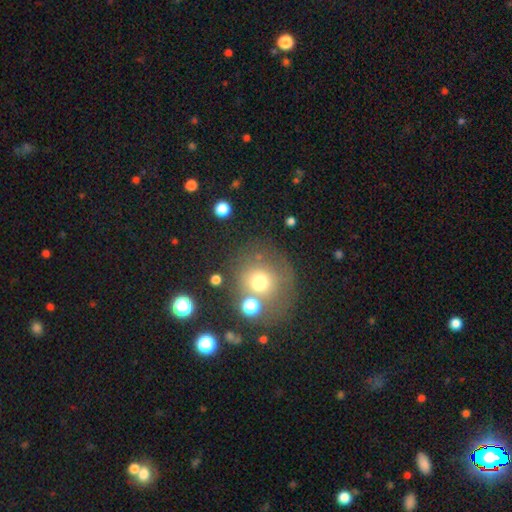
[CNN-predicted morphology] Smooth or featured?
  - smooth: 52% *
  - star or artifact: 30%
  - featured or disk: 18%
How rounded?
  - round: 84% *
  - in between: 15%
  - cigar-shaped: 1%
Merging?
  - none: 64% *
  - merger: 17%
  - minor disturbance: 12%
  - major disturbance: 6%